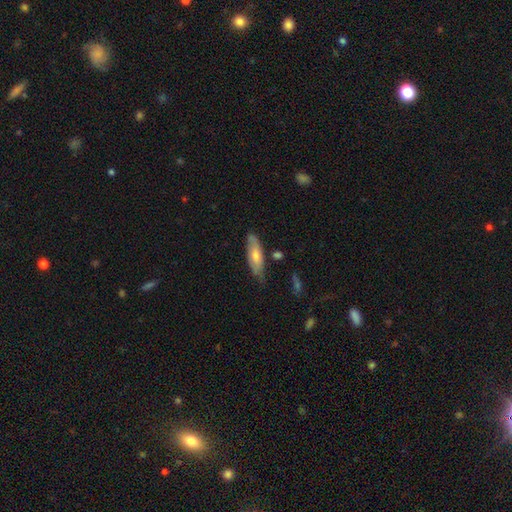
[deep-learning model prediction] Q: Smooth or featured?
A: smooth (56%); runner-up: featured or disk (38%)
Q: How rounded?
A: in between (51%); runner-up: cigar-shaped (47%)
Q: Merging?
A: none (70%); runner-up: minor disturbance (23%)